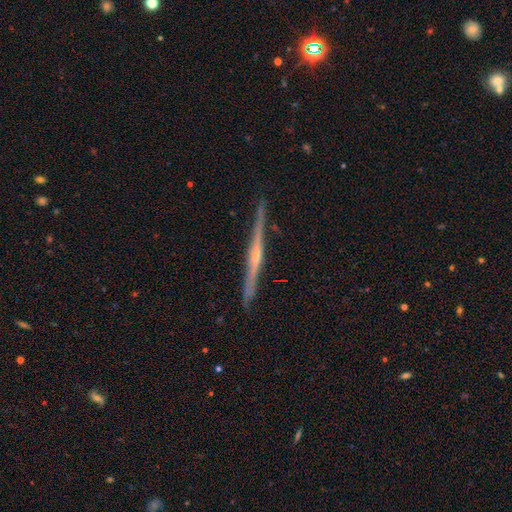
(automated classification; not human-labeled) Q: Smooth or featured?
A: featured or disk (81%); runner-up: smooth (14%)
Q: Edge-on disk?
A: yes (98%); runner-up: no (2%)
Q: Edge-on bulge?
A: rounded (60%); runner-up: none (30%)
Q: Merging?
A: none (90%); runner-up: minor disturbance (7%)